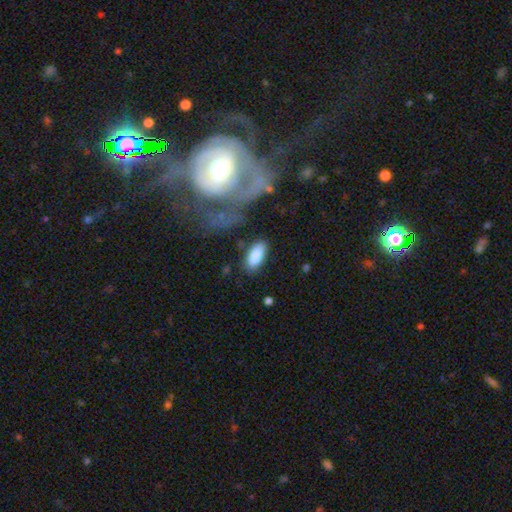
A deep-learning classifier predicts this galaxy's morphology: Smooth or featured?
  - smooth: 86% *
  - featured or disk: 8%
  - star or artifact: 6%
How rounded?
  - in between: 87% *
  - cigar-shaped: 11%
  - round: 2%
Merging?
  - none: 80% *
  - minor disturbance: 13%
  - merger: 3%
  - major disturbance: 3%